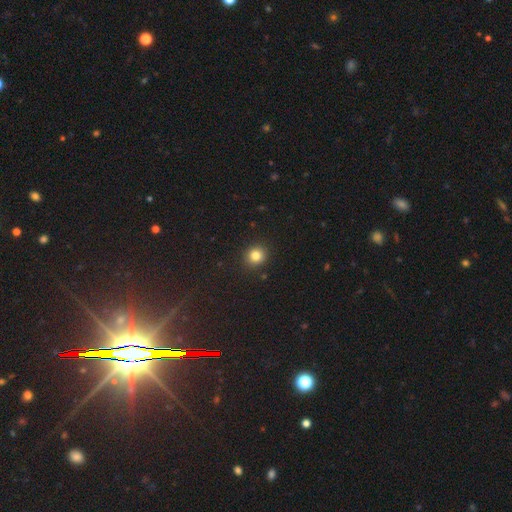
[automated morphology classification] smooth-or-featured: smooth: 82% | star or artifact: 12% | featured or disk: 6%
  how-rounded: round: 88% | in between: 11% | cigar-shaped: 1%
  merging: none: 91% | minor disturbance: 6% | major disturbance: 2% | merger: 1%